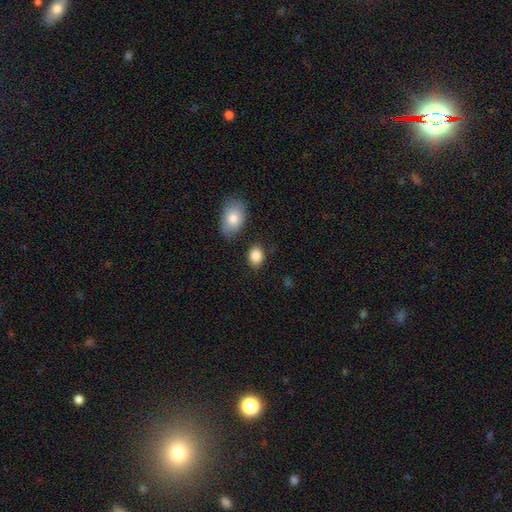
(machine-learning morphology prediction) The model was most divided on "how rounded": in between: 65%, round: 34%, cigar-shaped: 1%. More confident: smooth or featured — smooth (87%); merging — none (79%).